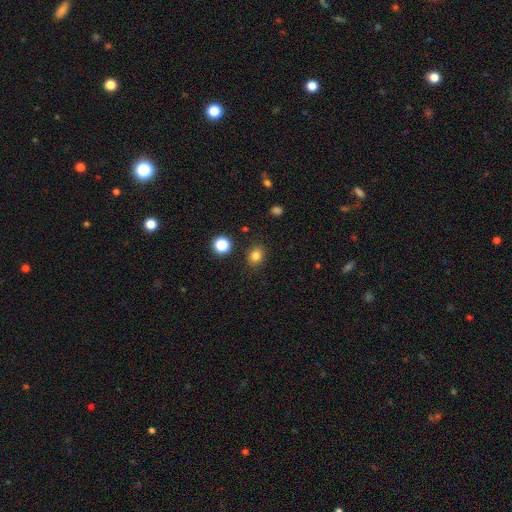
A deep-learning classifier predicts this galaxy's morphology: smooth 82%, star or artifact 13%, featured or disk 5%. Down the decision tree: how rounded — round (59%); merging — none (87%).